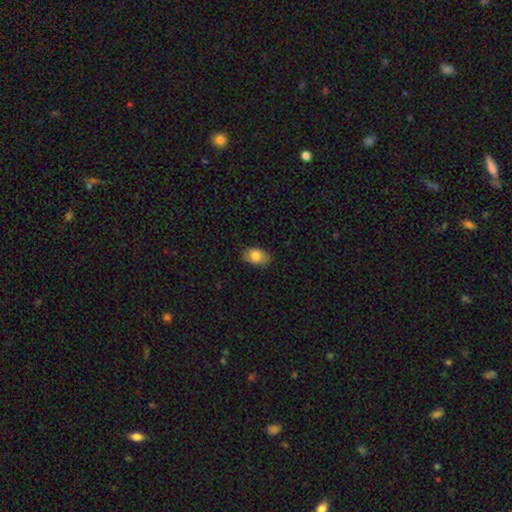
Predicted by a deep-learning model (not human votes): The model was most divided on "merging": none: 79%, minor disturbance: 17%, major disturbance: 3%, merger: 1%. More confident: how rounded — in between (86%); smooth or featured — smooth (85%).